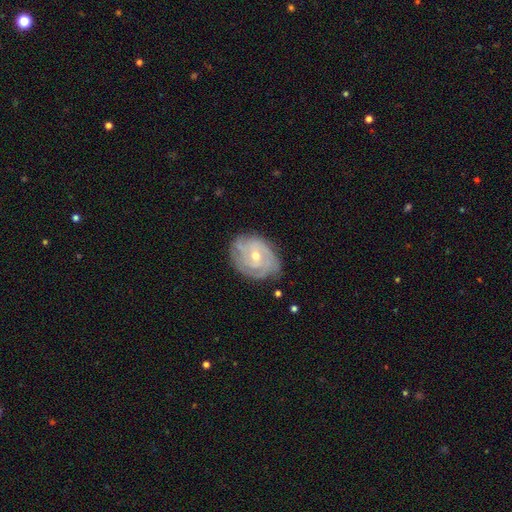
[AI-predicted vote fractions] This is clearly a featured or disk galaxy (81%). It is clearly not viewed edge-on (97%). Bar: likely no (60%). Spiral arm pattern: clearly yes (93%). Spiral arm count: marginally can't tell (31%). Spiral winding: likely tight (69%). Central bulge: possibly small (50%). Merging: likely none (75%).